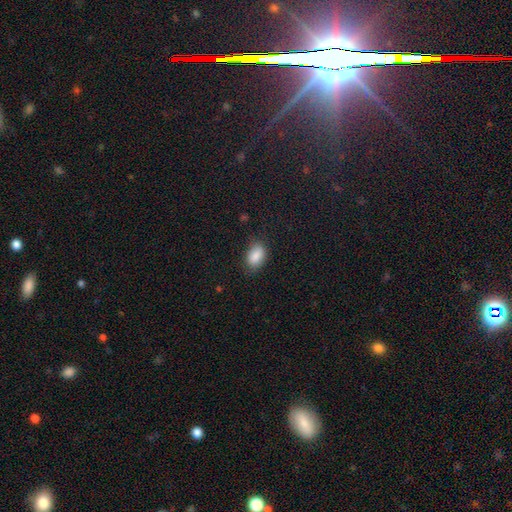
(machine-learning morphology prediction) This is clearly a smooth galaxy (86%). How rounded: clearly in between (86%). Merging: likely none (75%).